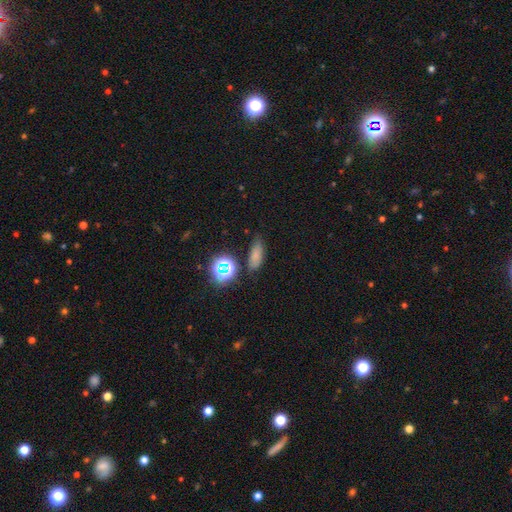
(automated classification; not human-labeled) smooth 71%, star or artifact 20%, featured or disk 9%. Down the decision tree: how rounded — in between (68%); merging — none (74%).